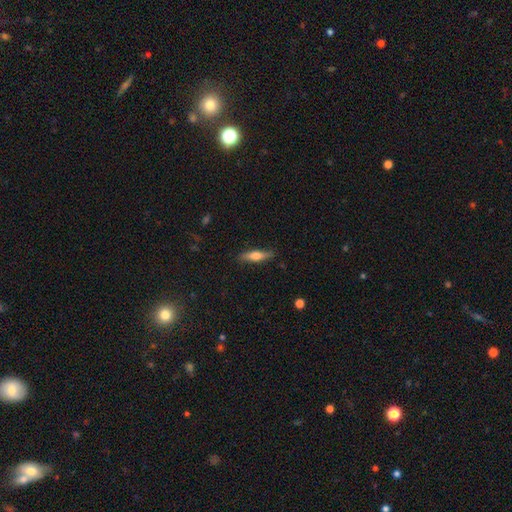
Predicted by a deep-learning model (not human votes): A smooth galaxy with no disk features (55%) that is cigar-shaped (73%). Merging: none (85%).